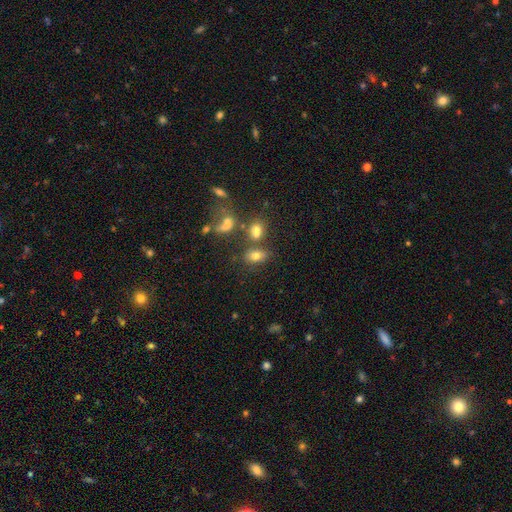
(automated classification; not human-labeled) smooth-or-featured: smooth: 73% | star or artifact: 14% | featured or disk: 13%
  how-rounded: in between: 80% | round: 17% | cigar-shaped: 3%
  merging: none: 59% | merger: 21% | minor disturbance: 14% | major disturbance: 7%